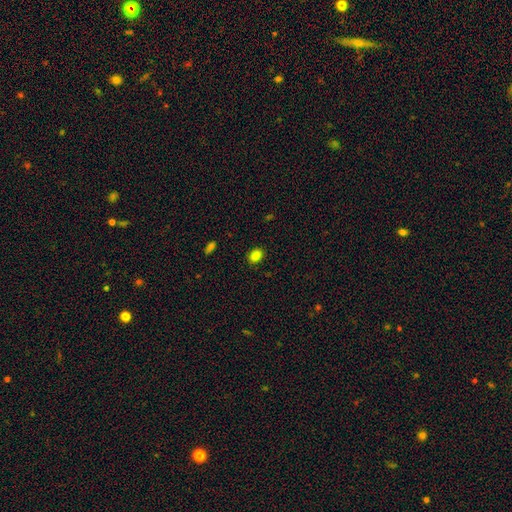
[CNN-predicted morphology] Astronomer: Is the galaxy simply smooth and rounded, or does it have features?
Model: smooth — 85%.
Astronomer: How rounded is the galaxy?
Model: in between — 64%.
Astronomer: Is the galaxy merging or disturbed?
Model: none — 88%.